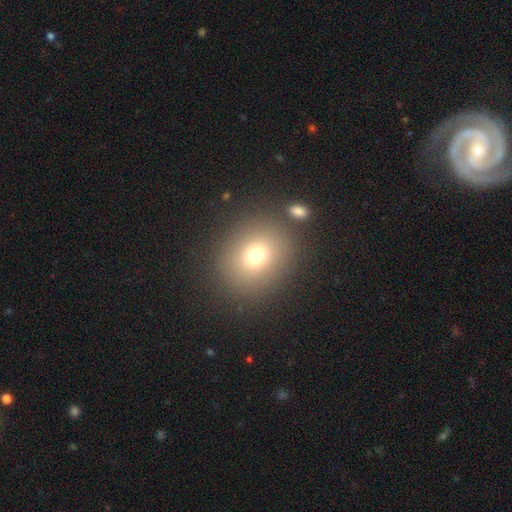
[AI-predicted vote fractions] Q: Smooth or featured?
A: smooth (73%); runner-up: star or artifact (15%)
Q: How rounded?
A: round (73%); runner-up: in between (26%)
Q: Merging?
A: none (82%); runner-up: minor disturbance (8%)